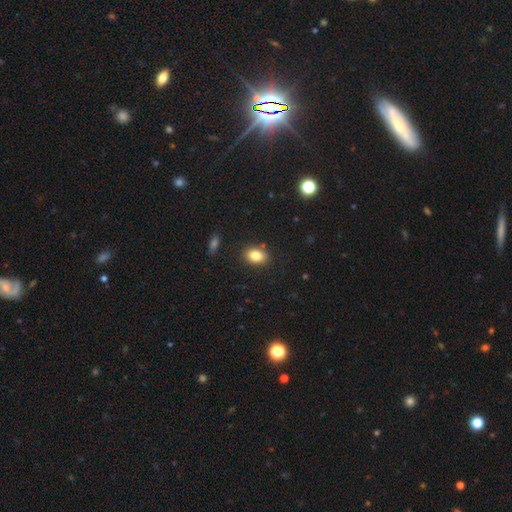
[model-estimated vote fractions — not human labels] Smooth or featured? smooth (83%)
How rounded? in between (75%)
Merging? none (85%)